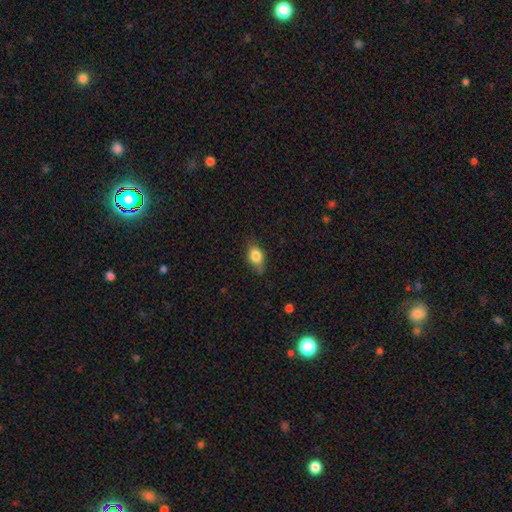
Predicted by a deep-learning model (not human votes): This appears to be a smooth galaxy with no disk features (78%) that is in between round and cigar-shaped (69%). Merging: none (62%).